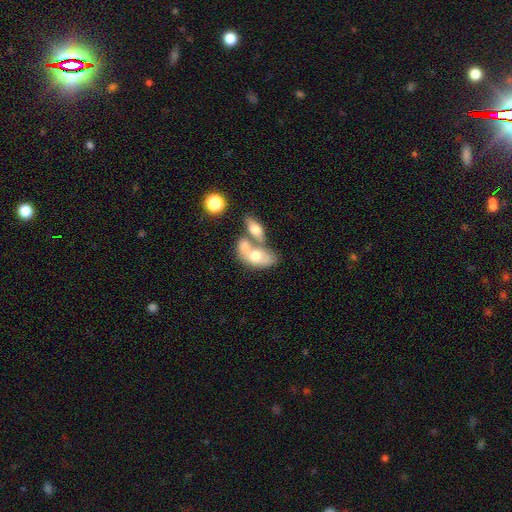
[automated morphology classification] Smooth or featured? Predicted: smooth (p=0.60). How rounded? Predicted: in between (p=0.86). Merging? Predicted: merger (p=0.64).